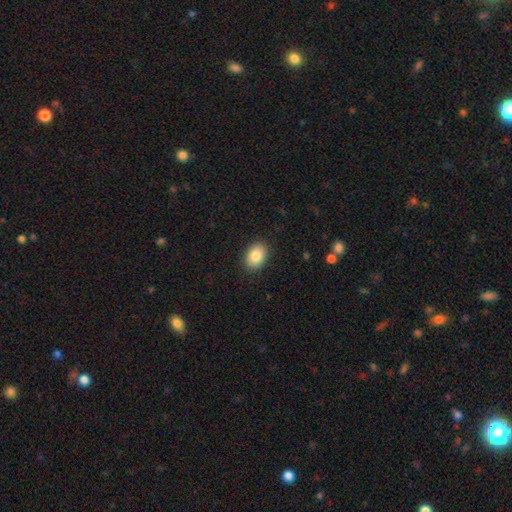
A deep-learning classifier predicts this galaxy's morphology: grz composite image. It shows a smooth galaxy with no disk features (86%) that is in between round and cigar-shaped (80%). Merging: none (89%).